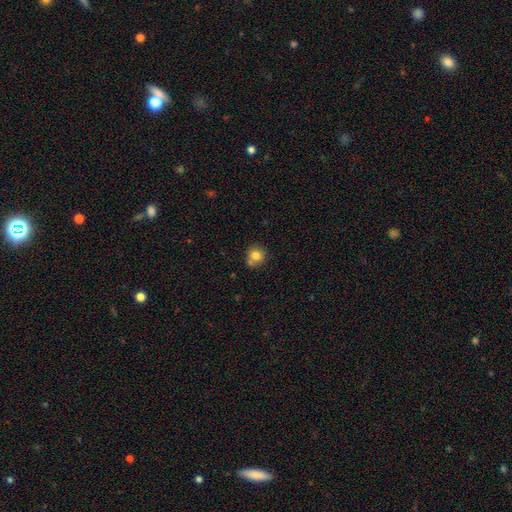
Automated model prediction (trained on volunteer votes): A smooth galaxy with no disk features (79%) that is round (88%).

Vote fractions:
- Smooth or featured? smooth: 79% / star or artifact: 11% / featured or disk: 10%
- How rounded? round: 88% / in between: 11% / cigar-shaped: 1%
- Merging? none: 66% / merger: 18% / minor disturbance: 12% / major disturbance: 3%